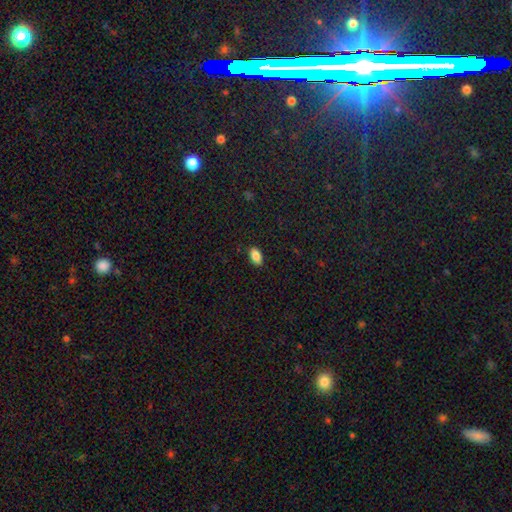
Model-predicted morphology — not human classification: Smooth or featured? smooth (87%)
How rounded? in between (92%)
Merging? none (87%)